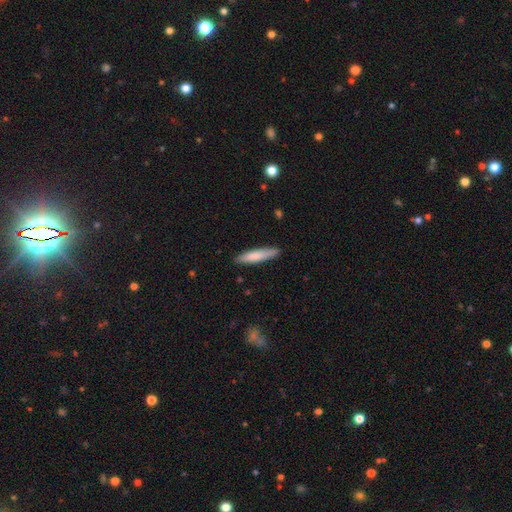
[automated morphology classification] The model was most divided on "smooth or featured": smooth: 79%, featured or disk: 16%, star or artifact: 5%. More confident: merging — none (86%); how rounded — cigar-shaped (85%).